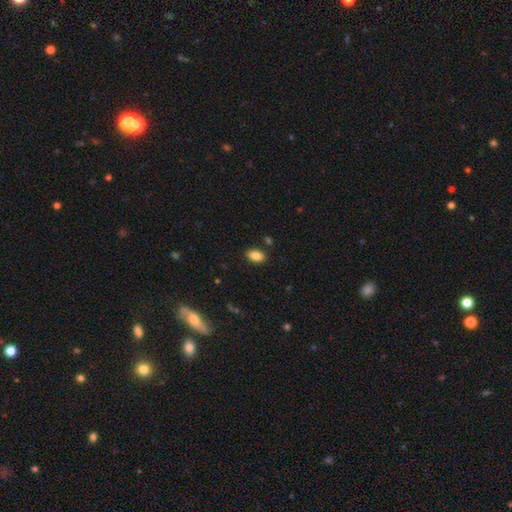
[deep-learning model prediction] A smooth galaxy with no disk features (85%) that is in between round and cigar-shaped (90%). Merging: none (87%).